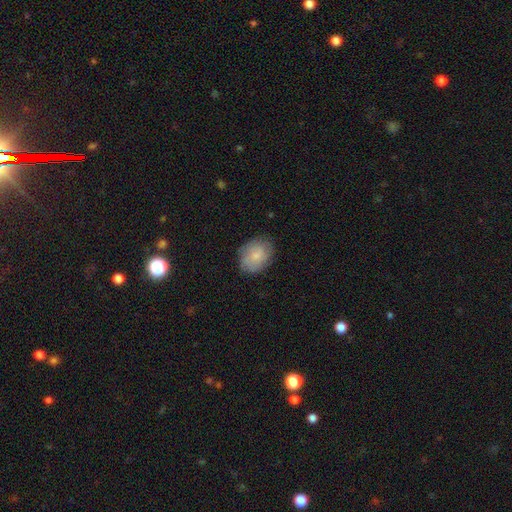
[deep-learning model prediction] This is likely a smooth galaxy (75%). How rounded: likely in between (64%). Merging: likely none (76%).